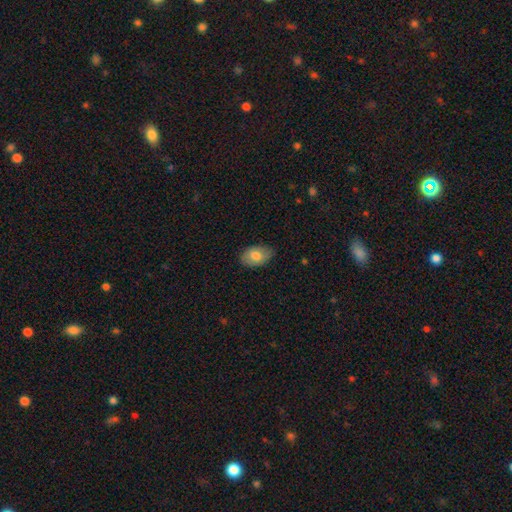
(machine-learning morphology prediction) This is likely a smooth galaxy (78%). How rounded: clearly in between (89%). Merging: likely none (78%).